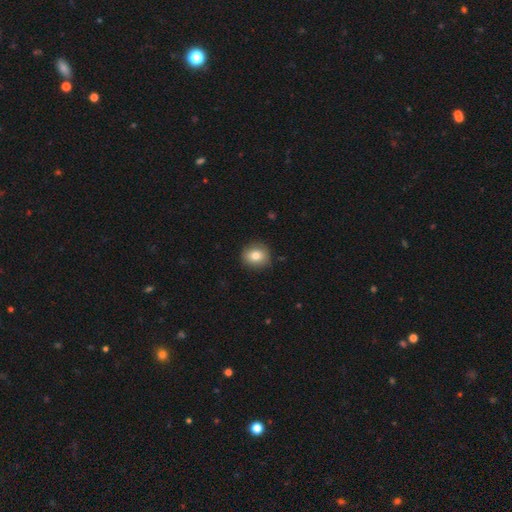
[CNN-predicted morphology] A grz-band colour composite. It shows a smooth galaxy with no disk features (80%) that is round (80%). Merging: none (87%).